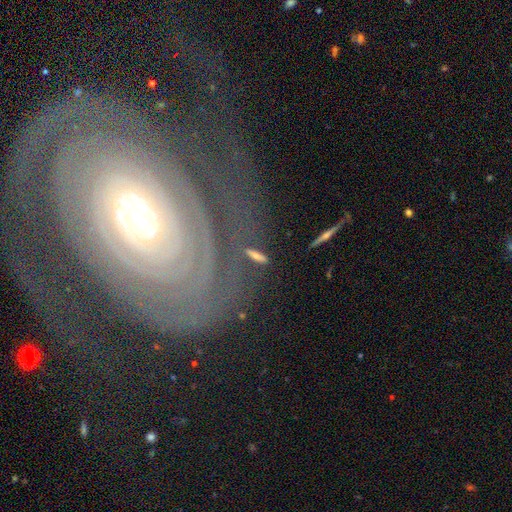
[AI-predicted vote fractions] Smooth or featured?
  - featured or disk: 55% *
  - smooth: 27%
  - star or artifact: 18%
Edge-on disk?
  - no: 68% *
  - yes: 32%
Merging?
  - none: 72% *
  - minor disturbance: 15%
  - major disturbance: 7%
  - merger: 6%